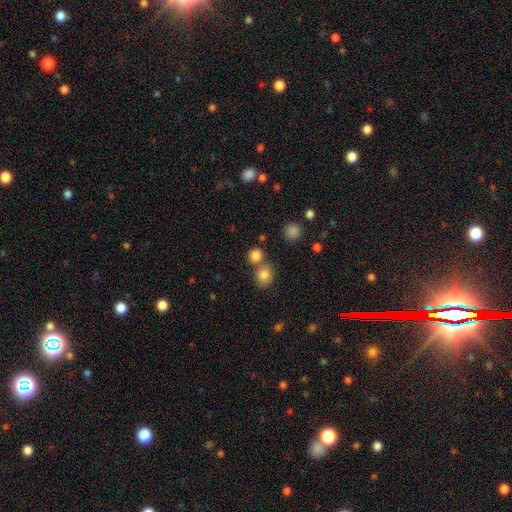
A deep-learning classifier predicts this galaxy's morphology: smooth-or-featured: smooth: 82% | star or artifact: 13% | featured or disk: 5%
  how-rounded: round: 83% | in between: 16% | cigar-shaped: 1%
  merging: none: 61% | merger: 29% | minor disturbance: 7% | major disturbance: 3%